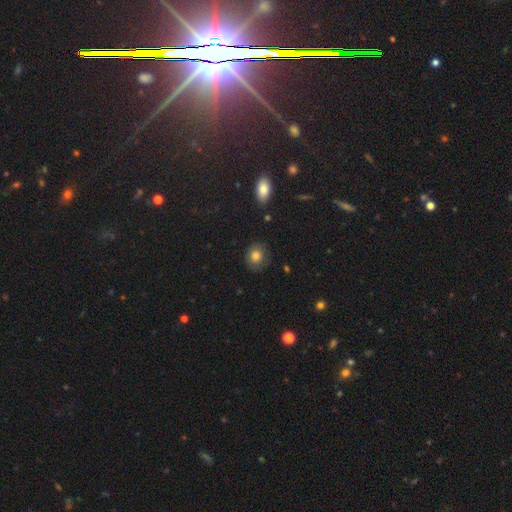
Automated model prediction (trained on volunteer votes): smooth 74%, featured or disk 15%, star or artifact 11%. Down the decision tree: how rounded — round (74%); merging — none (76%).